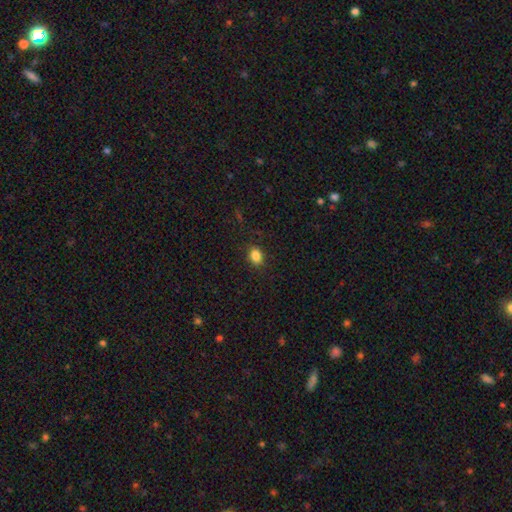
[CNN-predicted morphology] Smooth or featured? smooth (84%)
How rounded? in between (62%)
Merging? none (86%)